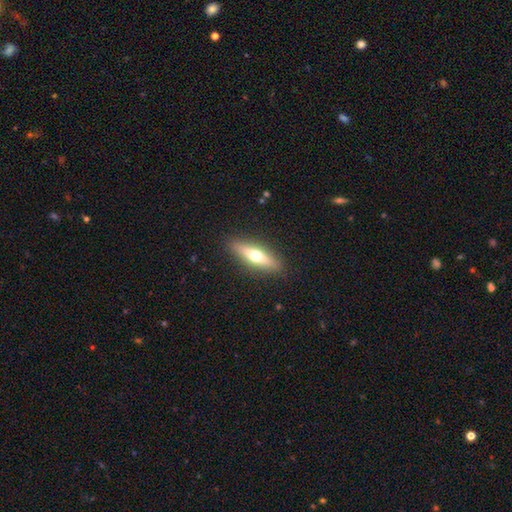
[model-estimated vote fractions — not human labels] A smooth galaxy with no disk features (49%). Merging: none (89%).